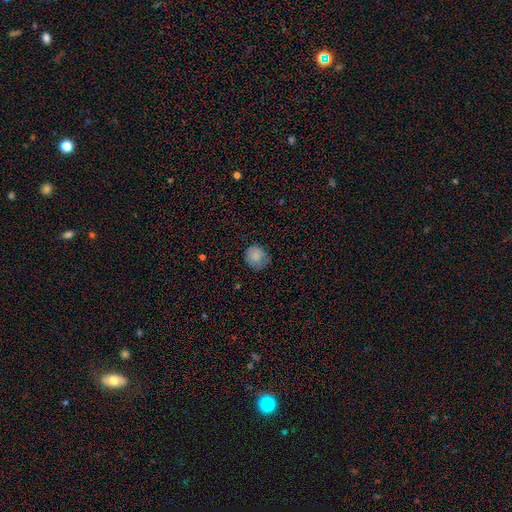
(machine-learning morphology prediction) smooth_or_featured: smooth (p=0.81) [alt: featured or disk p=0.10]
how_rounded: round (p=0.83) [alt: in between p=0.16]
merging: none (p=0.70) [alt: minor disturbance p=0.23]